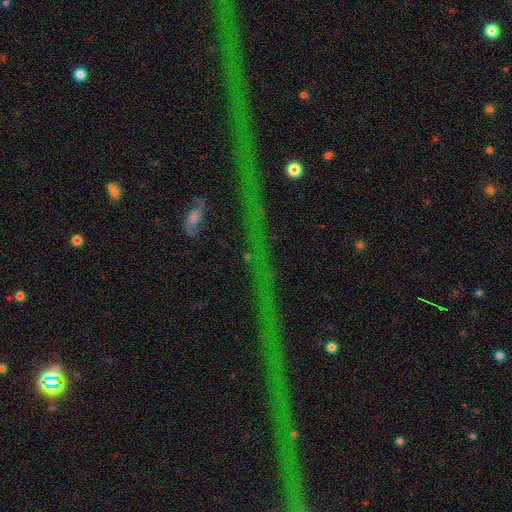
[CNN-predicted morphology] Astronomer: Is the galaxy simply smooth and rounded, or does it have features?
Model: star or artifact — 75%.